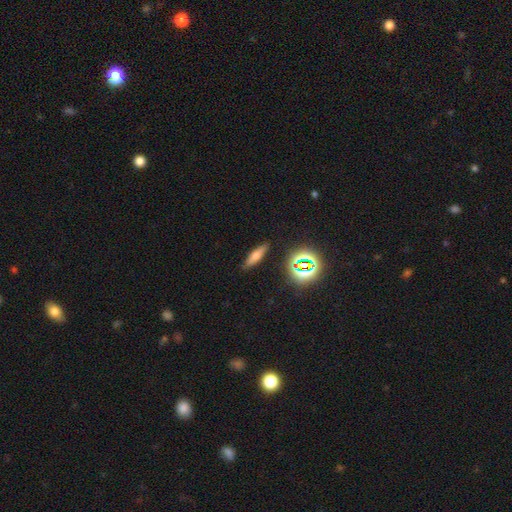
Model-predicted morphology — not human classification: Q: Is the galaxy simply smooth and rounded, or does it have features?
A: smooth — 59%.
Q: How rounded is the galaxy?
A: cigar-shaped — 67%.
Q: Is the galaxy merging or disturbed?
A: none — 86%.